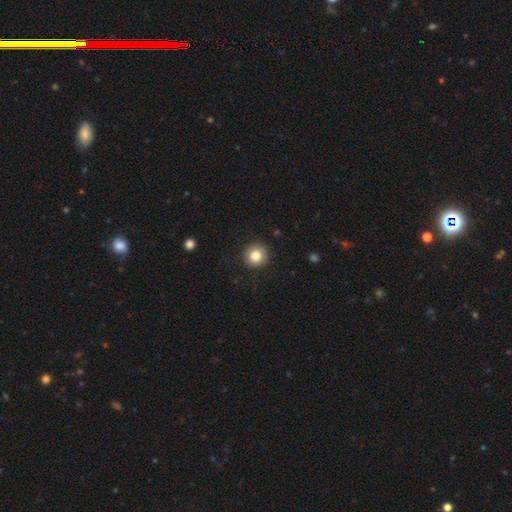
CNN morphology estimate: smooth_or_featured: smooth (p=0.83) [alt: star or artifact p=0.10]
how_rounded: round (p=0.94) [alt: in between p=0.05]
merging: none (p=0.91) [alt: minor disturbance p=0.06]